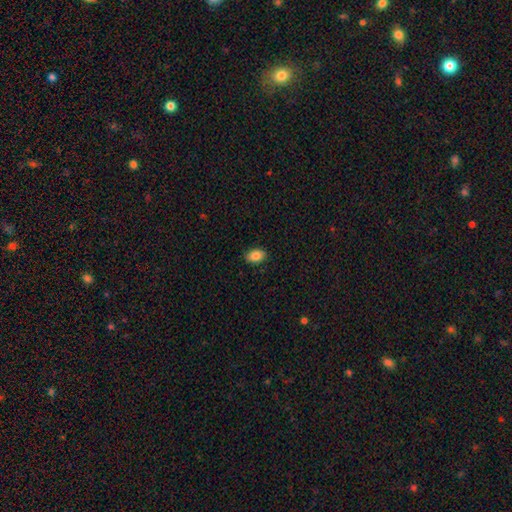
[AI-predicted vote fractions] smooth_or_featured: smooth (p=0.86) [alt: star or artifact p=0.08]
how_rounded: in between (p=0.85) [alt: round p=0.13]
merging: none (p=0.89) [alt: minor disturbance p=0.09]